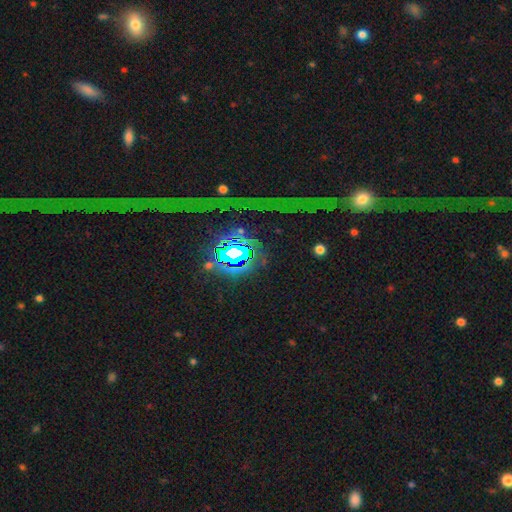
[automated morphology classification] The model was most divided on "smooth or featured": star or artifact: 79%, featured or disk: 12%, smooth: 9%.